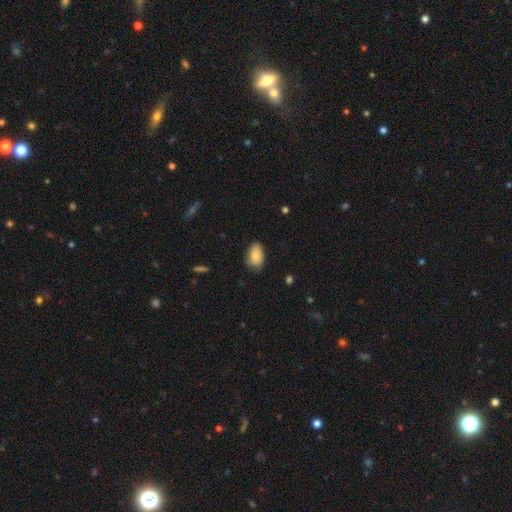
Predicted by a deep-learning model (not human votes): Smooth or featured?
  - smooth: 82% *
  - featured or disk: 11%
  - star or artifact: 7%
How rounded?
  - in between: 90% *
  - round: 8%
  - cigar-shaped: 1%
Merging?
  - none: 68% *
  - minor disturbance: 26%
  - major disturbance: 5%
  - merger: 1%